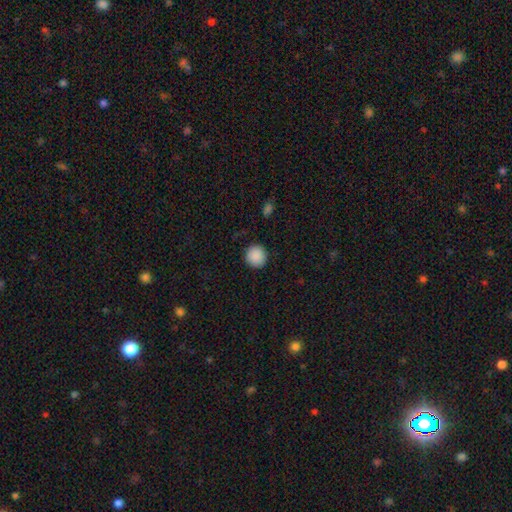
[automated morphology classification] A smooth galaxy with no disk features (89%) that is round (94%). Merging: none (91%).